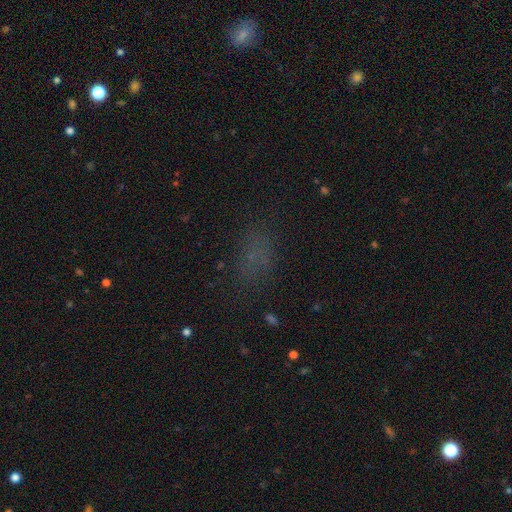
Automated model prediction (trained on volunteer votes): smooth_or_featured: smooth (p=0.58) [alt: star or artifact p=0.31]
how_rounded: in between (p=0.80) [alt: round p=0.14]
merging: none (p=0.71) [alt: minor disturbance p=0.17]